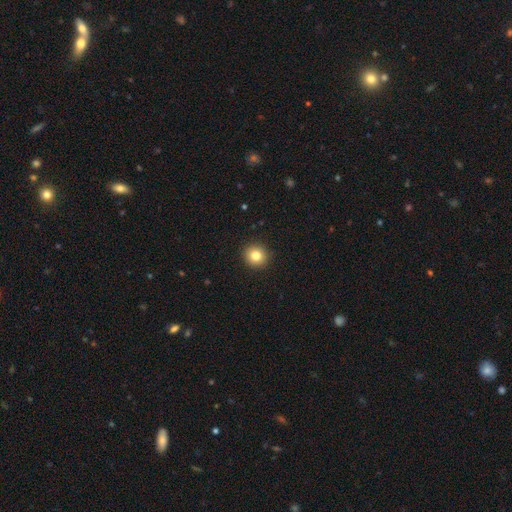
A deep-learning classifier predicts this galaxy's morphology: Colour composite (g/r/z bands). It shows a smooth galaxy with no disk features (82%) that is round (92%). Merging: none (93%).